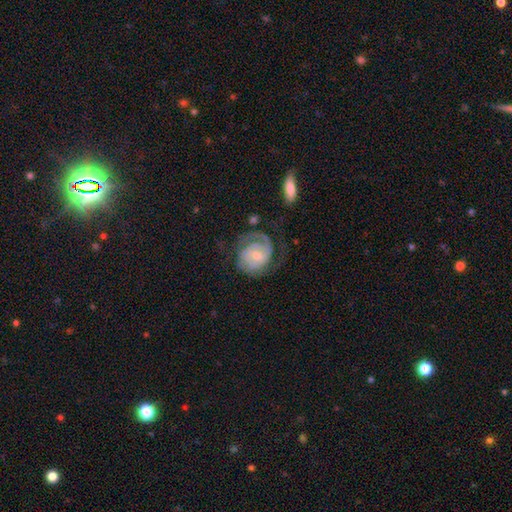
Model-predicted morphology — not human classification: Smooth or featured? featured or disk (81%)
Edge-on disk? no (98%)
Bar? no (55%)
Spiral arms? yes (94%)
Spiral winding? tight (50%)
Spiral arm count? 2 (56%)
Bulge size? small (55%)
Merging? none (56%)